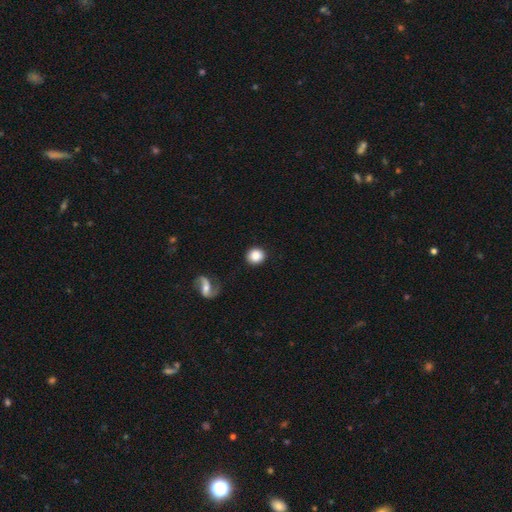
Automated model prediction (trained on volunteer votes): Morphology: type=smooth (83%); roundness=round (87%); merging=none (87%).